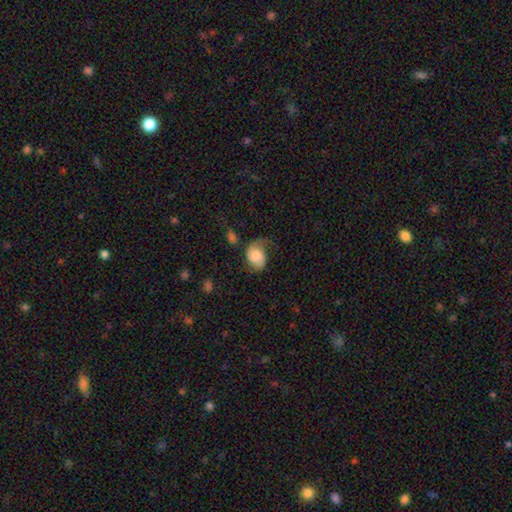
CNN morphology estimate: featured or disk 46% (tied), smooth 46% (tied), star or artifact 8%. Down the decision tree: merging — none (39%).